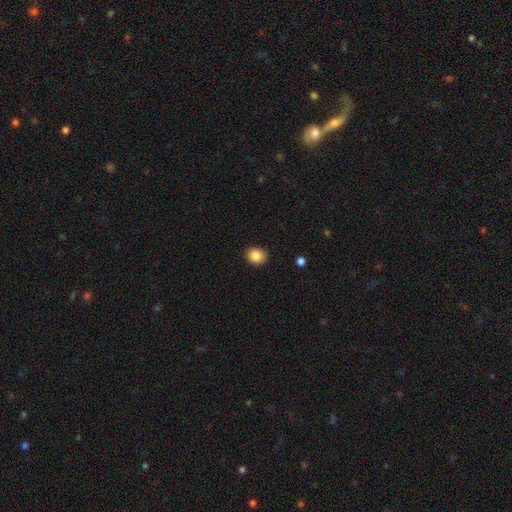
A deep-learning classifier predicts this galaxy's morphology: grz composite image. It shows a smooth galaxy with no disk features (86%) that is round (80%). Merging: none (89%).